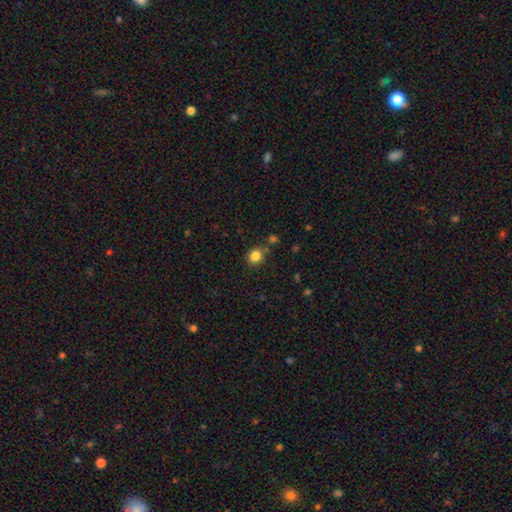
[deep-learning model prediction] Morphology: type=smooth (85%); roundness=round (73%); merging=none (75%).